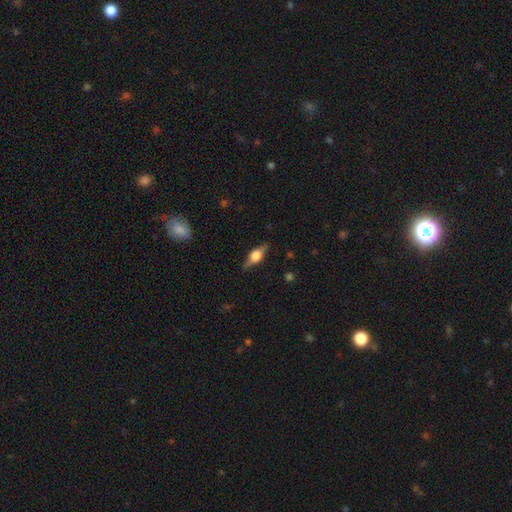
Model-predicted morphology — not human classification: A featured or disk galaxy (61%) viewed edge-on (94%) with a rounded central bulge (91%).

Vote fractions:
- Smooth or featured? featured or disk: 61% / smooth: 32% / star or artifact: 7%
- Edge-on disk? yes: 94% / no: 6%
- Edge-on bulge? rounded: 91% / boxy: 8% / none: 1%
- Merging? none: 85% / minor disturbance: 11% / major disturbance: 3% / merger: 1%